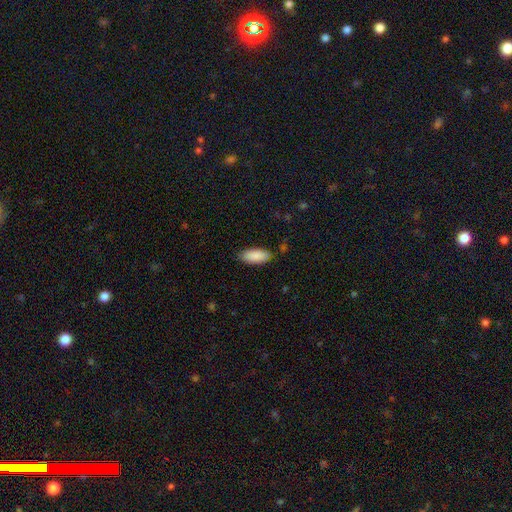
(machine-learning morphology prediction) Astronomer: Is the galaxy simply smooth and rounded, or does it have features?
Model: smooth — 89%.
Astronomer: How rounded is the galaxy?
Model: in between — 84%.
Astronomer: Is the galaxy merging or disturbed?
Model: none — 84%.